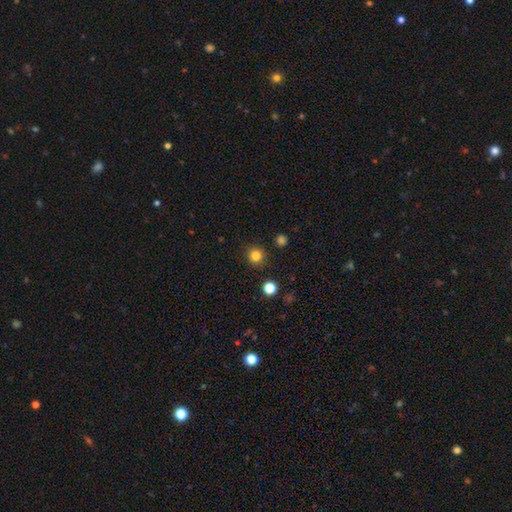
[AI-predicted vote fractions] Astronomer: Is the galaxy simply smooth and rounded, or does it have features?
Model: smooth — 82%.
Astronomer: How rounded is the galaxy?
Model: round — 94%.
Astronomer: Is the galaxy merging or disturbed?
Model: none — 90%.